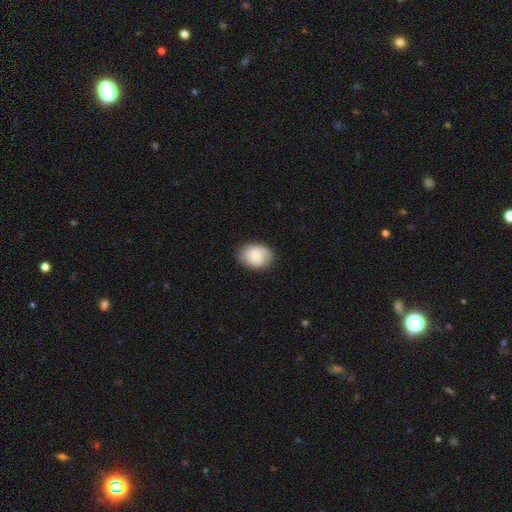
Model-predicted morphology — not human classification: Smooth or featured: smooth — 66% (featured or disk — 27%)
How rounded: in between — 60% (round — 40%)
Merging: none — 77% (minor disturbance — 17%)